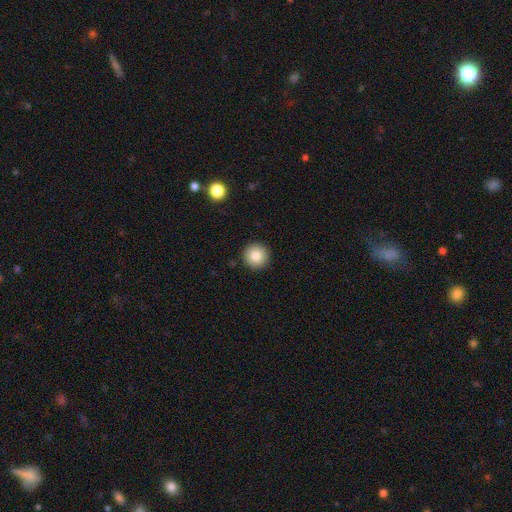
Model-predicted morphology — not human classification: Smooth or featured? Predicted: smooth (p=0.84). How rounded? Predicted: round (p=0.96). Merging? Predicted: none (p=0.92).